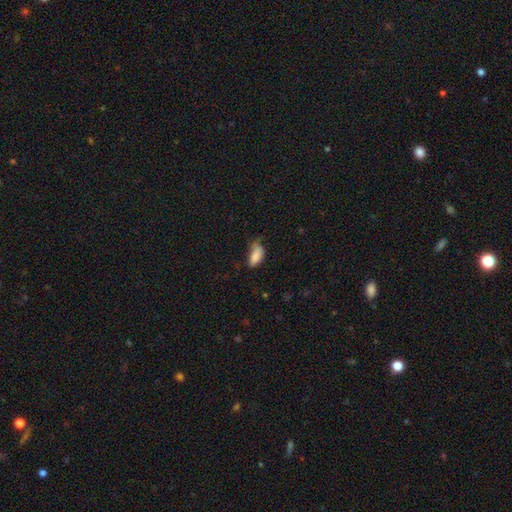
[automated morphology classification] Smooth or featured? Predicted: smooth (p=0.84). How rounded? Predicted: in between (p=0.88). Merging? Predicted: minor disturbance (p=0.41).